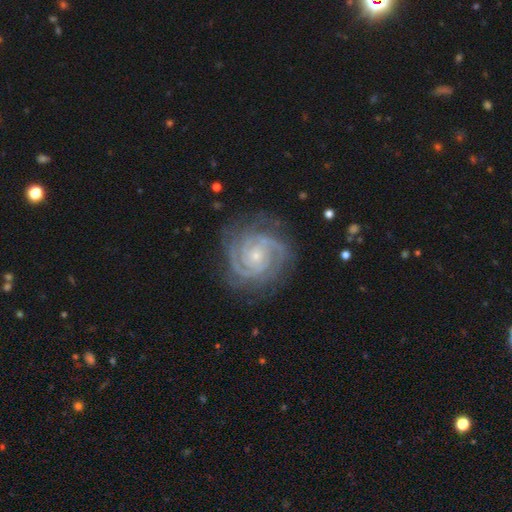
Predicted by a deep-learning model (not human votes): Smooth or featured?
  - featured or disk: 92% *
  - star or artifact: 5%
  - smooth: 3%
Edge-on disk?
  - no: 98% *
  - yes: 2%
Bar?
  - no: 72% *
  - weak: 20%
  - strong: 8%
Spiral arms?
  - yes: 99% *
  - no: 1%
Spiral winding?
  - tight: 77% *
  - medium: 20%
  - loose: 2%
Spiral arm count?
  - 2: 53% *
  - 3: 21%
  - can't tell: 9%
  - 4: 8%
  - more than 4: 5%
  - 1: 4%
Bulge size?
  - small: 76% *
  - moderate: 20%
  - none: 2%
  - large: 1%
  - dominant: 1%
Merging?
  - none: 79% *
  - minor disturbance: 15%
  - major disturbance: 5%
  - merger: 1%